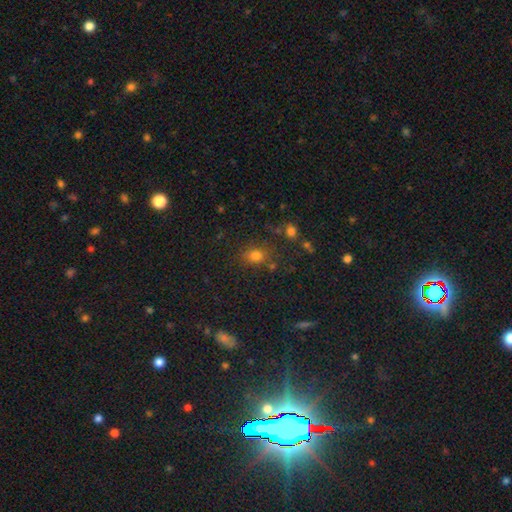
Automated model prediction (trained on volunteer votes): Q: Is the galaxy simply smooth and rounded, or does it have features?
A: smooth — 73%.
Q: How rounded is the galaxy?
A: round — 56%.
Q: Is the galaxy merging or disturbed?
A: none — 74%.